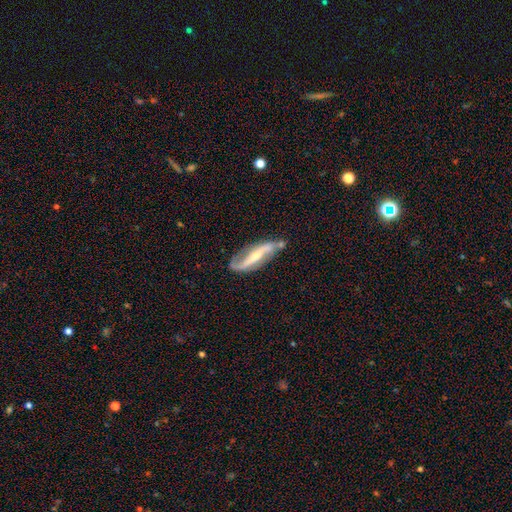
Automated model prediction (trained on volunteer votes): This is clearly a featured or disk galaxy (82%). It is clearly not viewed edge-on (82%). Bar: possibly strong (53%). Spiral arm pattern: clearly yes (92%). Spiral arm count: clearly 2 (89%). Spiral winding: likely loose (67%). Central bulge: possibly moderate (47%). Merging: likely none (66%).